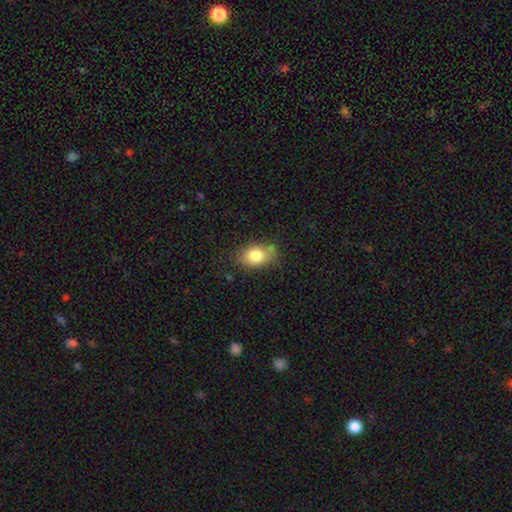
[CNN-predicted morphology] A smooth galaxy with no disk features (81%) that is in between round and cigar-shaped (78%). Merging: none (67%).